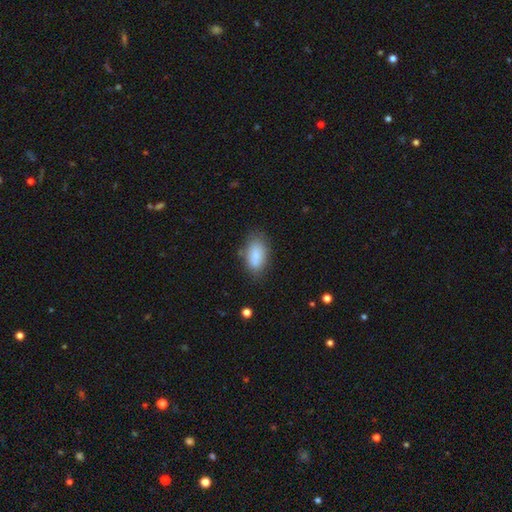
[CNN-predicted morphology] Smooth or featured: smooth — 84% (featured or disk — 9%)
How rounded: in between — 92% (round — 5%)
Merging: none — 73% (minor disturbance — 19%)